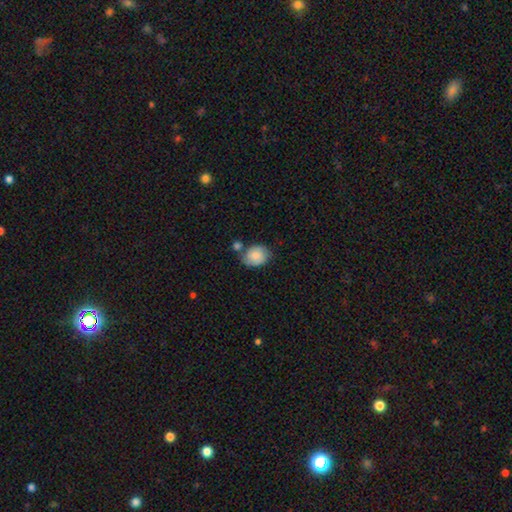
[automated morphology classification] This appears to be a smooth galaxy with no disk features (72%) that is in between round and cigar-shaped (54%). Merging: none (57%).